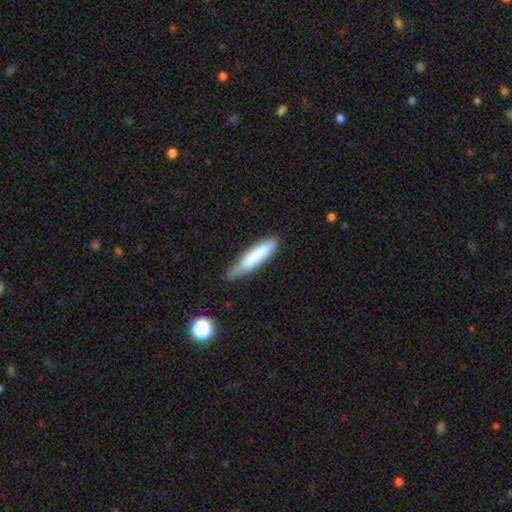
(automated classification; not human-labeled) This is likely a smooth galaxy (73%). How rounded: clearly cigar-shaped (82%). Merging: likely none (66%).